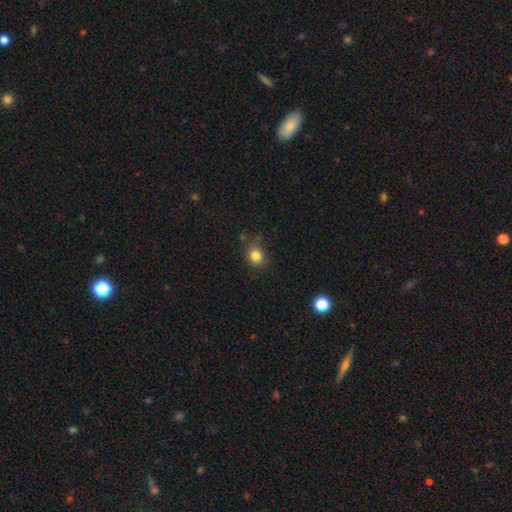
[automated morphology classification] smooth-or-featured: smooth: 83% | star or artifact: 12% | featured or disk: 5%
  how-rounded: round: 71% | in between: 28% | cigar-shaped: 1%
  merging: none: 70% | minor disturbance: 21% | major disturbance: 6% | merger: 3%